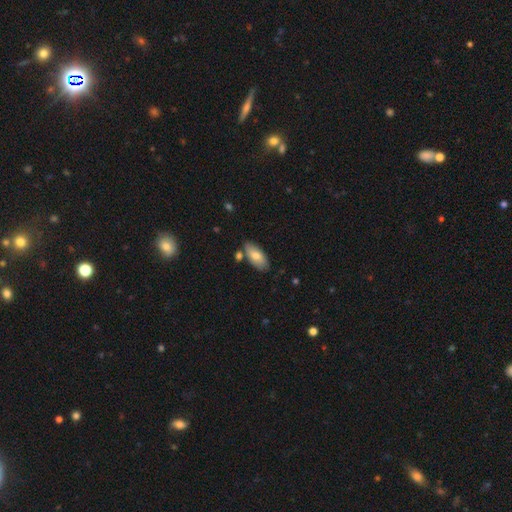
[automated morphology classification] Overall: smooth (76%). How rounded: in between (89%). Merging: none (75%).